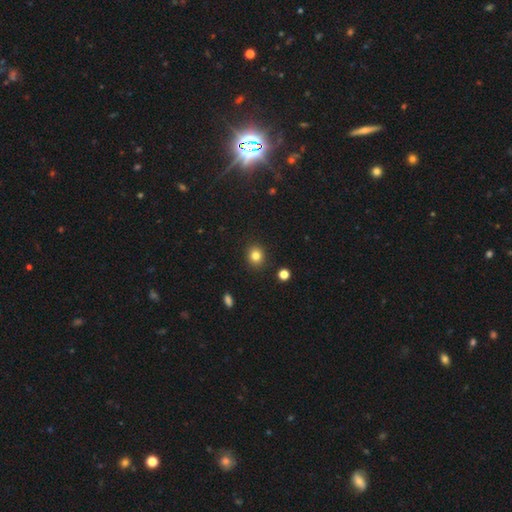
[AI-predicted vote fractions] Smooth or featured? smooth (82%)
How rounded? round (74%)
Merging? none (90%)